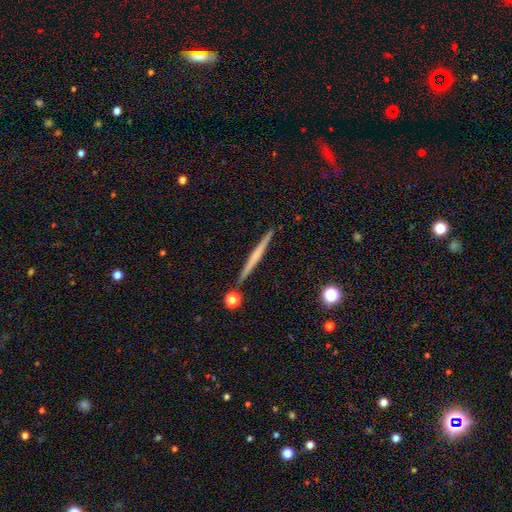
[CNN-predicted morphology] smooth-or-featured: featured or disk: 56% | smooth: 38% | star or artifact: 6%
  disk-edge-on: yes: 98% | no: 2%
    edge-on-bulge: none: 75% | rounded: 18% | boxy: 7%
  merging: none: 90% | minor disturbance: 7% | merger: 2% | major disturbance: 1%